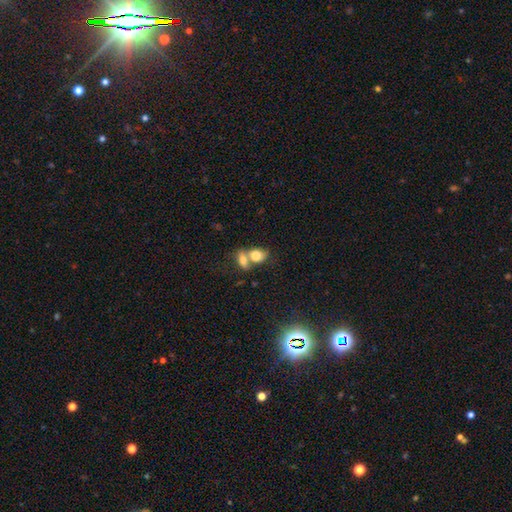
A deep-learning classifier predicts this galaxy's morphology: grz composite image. It shows a smooth galaxy with no disk features (76%) that is in between round and cigar-shaped (71%). Merging: merger (64%).